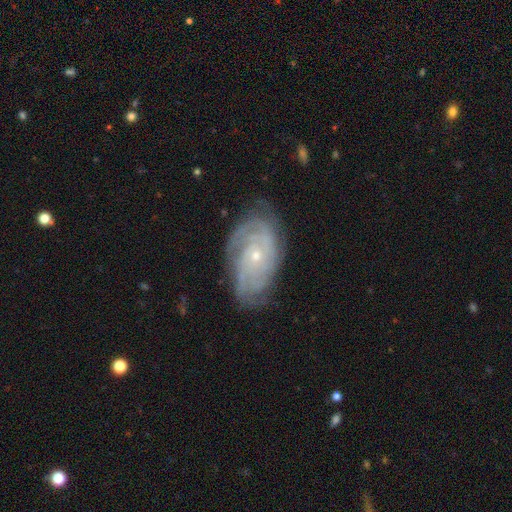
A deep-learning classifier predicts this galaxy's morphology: Smooth or featured?
  - featured or disk: 85% *
  - smooth: 9%
  - star or artifact: 6%
Edge-on disk?
  - no: 96% *
  - yes: 4%
Bar?
  - no: 79% *
  - weak: 18%
  - strong: 4%
Spiral arms?
  - yes: 96% *
  - no: 4%
Spiral winding?
  - tight: 71% *
  - medium: 24%
  - loose: 5%
Spiral arm count?
  - can't tell: 33% *
  - 3: 20%
  - 4: 19%
  - 2: 15%
  - more than 4: 8%
  - 1: 6%
Bulge size?
  - small: 75% *
  - moderate: 22%
  - none: 1%
  - large: 1%
  - dominant: 1%
Merging?
  - none: 73% *
  - minor disturbance: 20%
  - major disturbance: 6%
  - merger: 1%